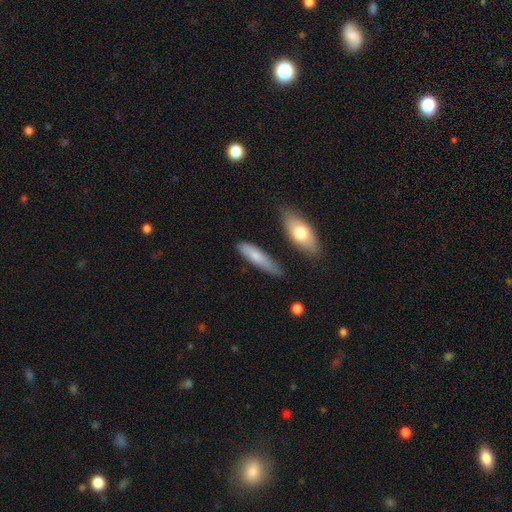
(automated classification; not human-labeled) Smooth or featured? Predicted: smooth (p=0.73). How rounded? Predicted: cigar-shaped (p=0.71). Merging? Predicted: none (p=0.71).